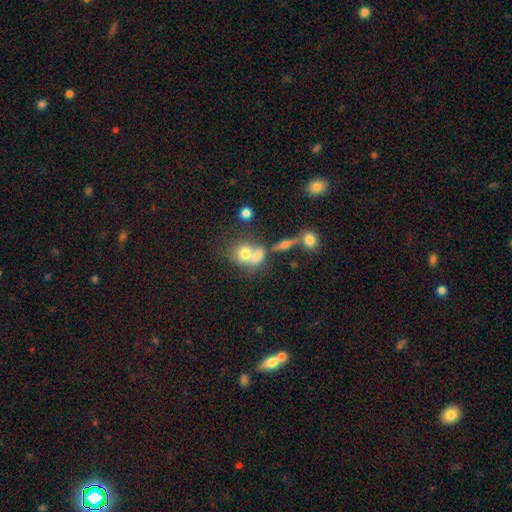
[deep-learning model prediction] Smooth or featured? smooth (65%)
How rounded? round (64%)
Merging? merger (50%)